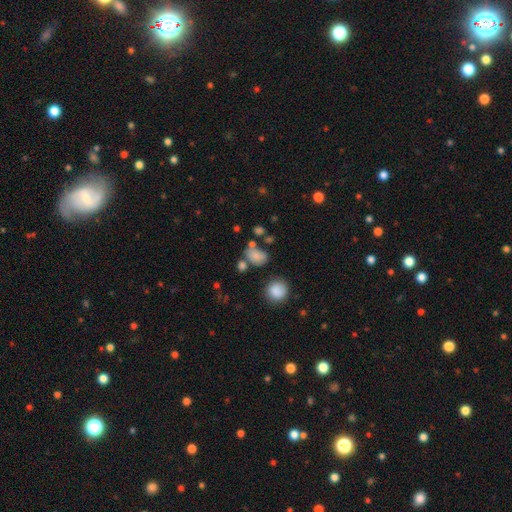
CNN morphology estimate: smooth-or-featured: smooth: 77% | star or artifact: 13% | featured or disk: 10%
  how-rounded: in between: 64% | round: 35% | cigar-shaped: 1%
  merging: none: 53% | merger: 21% | minor disturbance: 18% | major disturbance: 9%